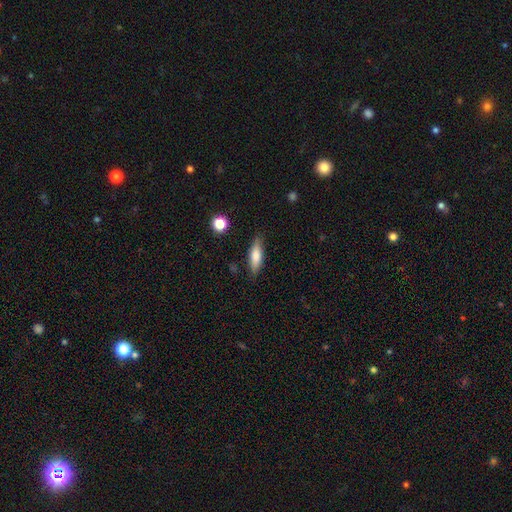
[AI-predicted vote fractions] Q: Smooth or featured?
A: smooth (70%); runner-up: featured or disk (23%)
Q: How rounded?
A: cigar-shaped (51%); runner-up: in between (46%)
Q: Merging?
A: none (82%); runner-up: minor disturbance (13%)